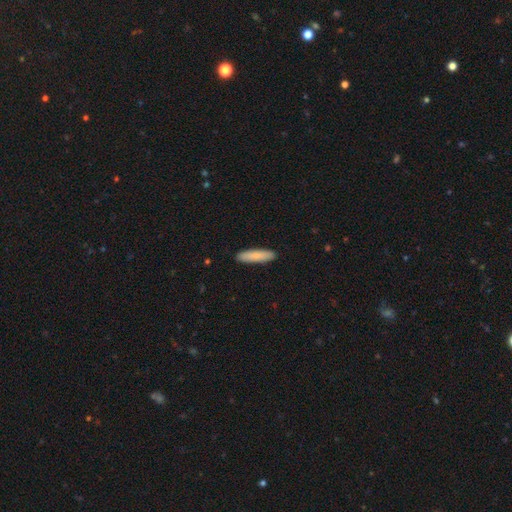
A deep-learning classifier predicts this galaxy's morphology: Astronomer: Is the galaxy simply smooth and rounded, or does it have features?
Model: smooth — 85%.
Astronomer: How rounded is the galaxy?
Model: cigar-shaped — 79%.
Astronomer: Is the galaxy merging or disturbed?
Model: none — 91%.